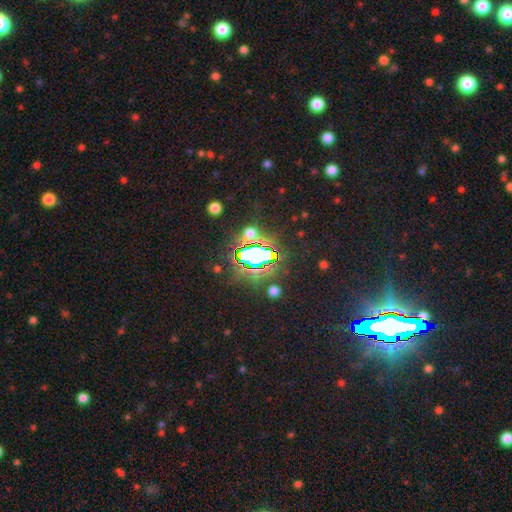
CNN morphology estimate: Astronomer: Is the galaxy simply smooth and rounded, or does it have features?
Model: star or artifact — 69%.